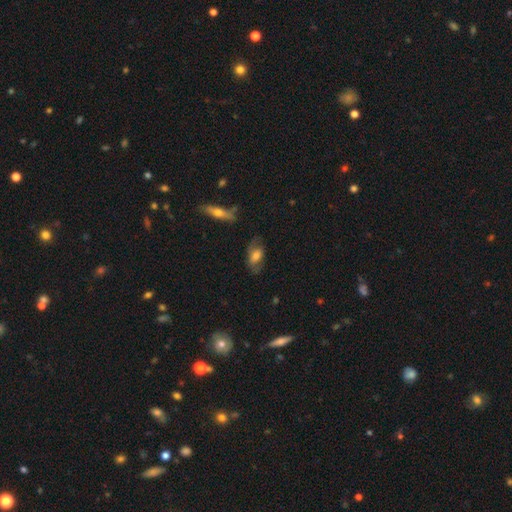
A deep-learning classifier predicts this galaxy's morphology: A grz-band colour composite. It shows a smooth galaxy with no disk features (48%). Merging: none (62%).